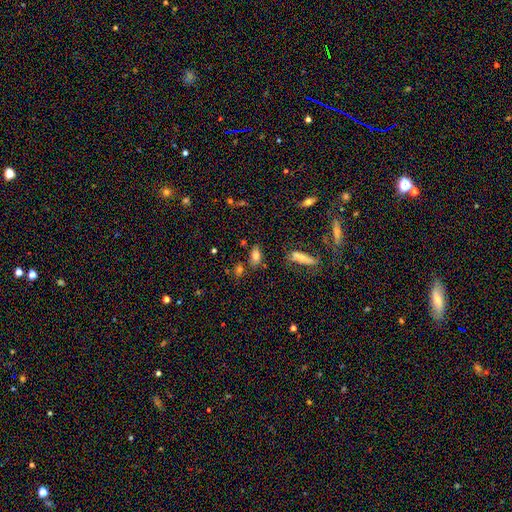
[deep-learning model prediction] Q: Smooth or featured?
A: smooth (74%); runner-up: featured or disk (13%)
Q: How rounded?
A: in between (84%); runner-up: cigar-shaped (9%)
Q: Merging?
A: none (69%); runner-up: minor disturbance (16%)